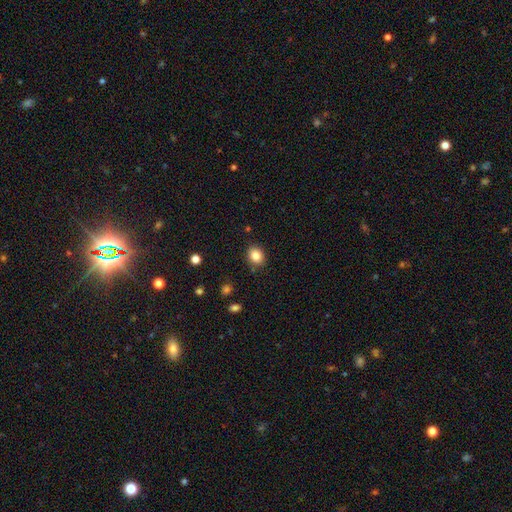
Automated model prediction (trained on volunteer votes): The model was most divided on "how rounded": round: 53%, in between: 46%, cigar-shaped: 1%. More confident: merging — none (87%); smooth or featured — smooth (85%).